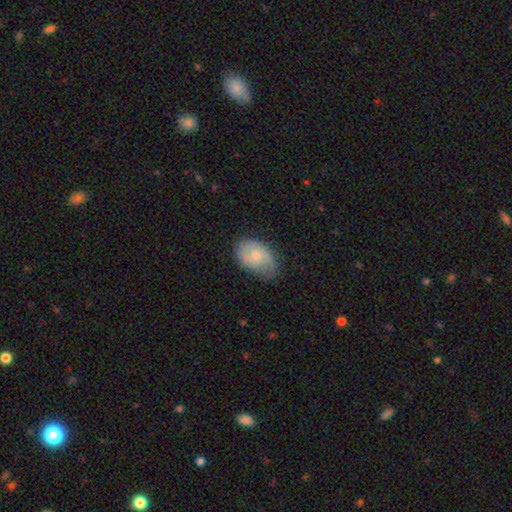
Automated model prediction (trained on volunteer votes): The model was most divided on "smooth or featured": smooth: 50%, featured or disk: 44%, star or artifact: 6%. More confident: how rounded — in between (85%); merging — none (60%).